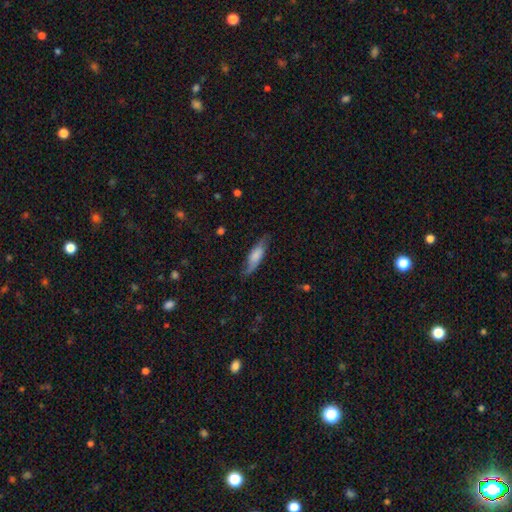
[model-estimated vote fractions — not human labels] A smooth galaxy with no disk features (56%) that is in between round and cigar-shaped (52%). Merging: none (70%).